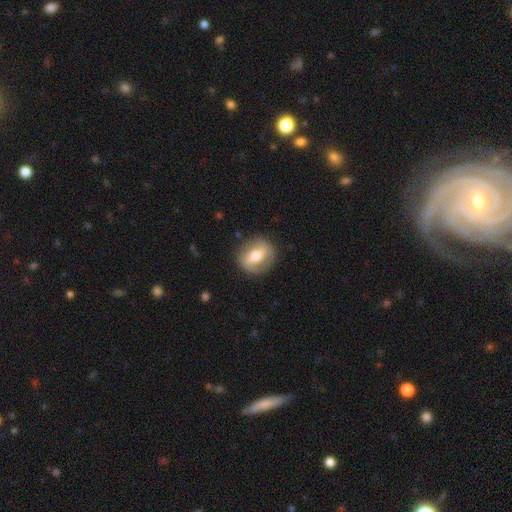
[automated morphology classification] This appears to be a smooth galaxy with no disk features (47%). Merging: none (84%).